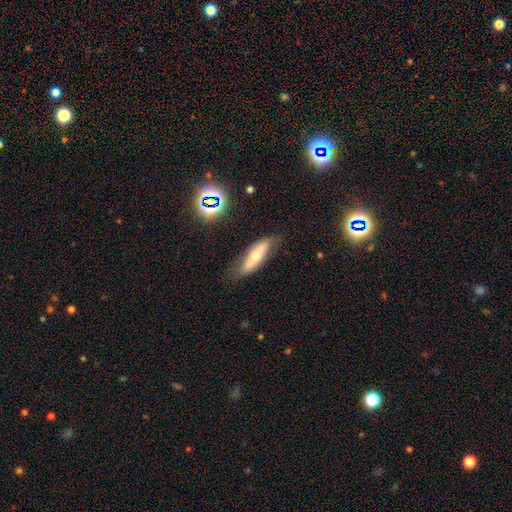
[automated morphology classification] Smooth or featured: smooth — 52% (featured or disk — 39%)
How rounded: cigar-shaped — 58% (in between — 40%)
Merging: none — 70% (minor disturbance — 22%)